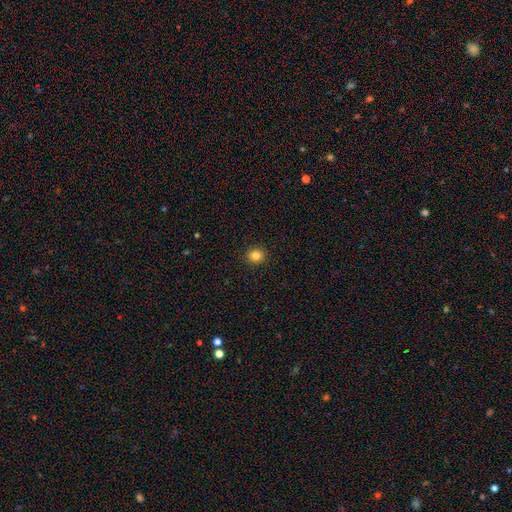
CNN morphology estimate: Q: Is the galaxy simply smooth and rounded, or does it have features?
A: smooth — 82%.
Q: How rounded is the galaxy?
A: round — 86%.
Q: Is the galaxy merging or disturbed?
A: none — 92%.